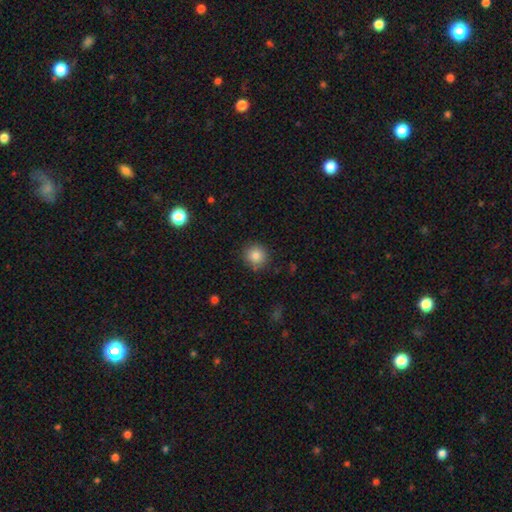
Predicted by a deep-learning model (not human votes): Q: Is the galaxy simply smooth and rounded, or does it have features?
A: smooth — 84%.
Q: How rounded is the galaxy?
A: round — 91%.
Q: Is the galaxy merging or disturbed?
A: none — 88%.